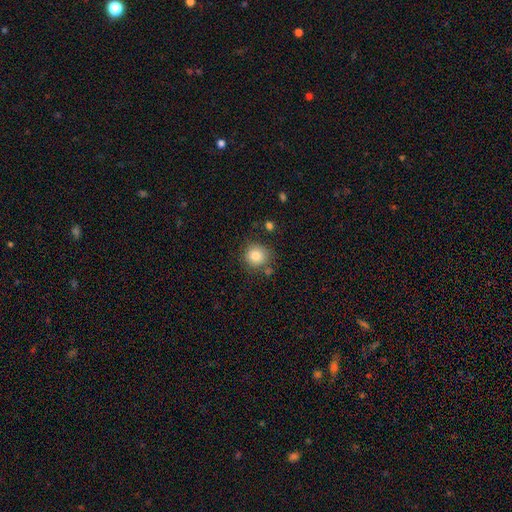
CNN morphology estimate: type=smooth (82%); roundness=round (91%); merging=none (79%).